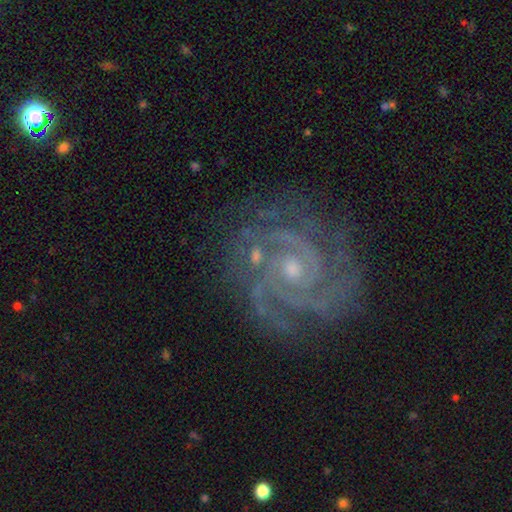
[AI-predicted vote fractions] Smooth or featured? Predicted: featured or disk (p=0.91). Edge-on disk? Predicted: no (p=0.98). Bar? Predicted: no (p=0.73). Spiral arms? Predicted: yes (p=0.98). Spiral winding? Predicted: tight (p=0.72). Spiral arm count? Predicted: 2 (p=0.33). Bulge size? Predicted: small (p=0.47, tied with moderate). Merging? Predicted: none (p=0.73).